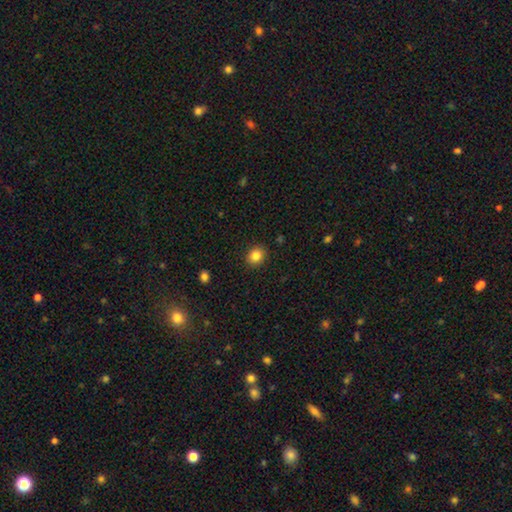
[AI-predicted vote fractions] Morphology: type=smooth (84%); roundness=round (70%); merging=none (90%).